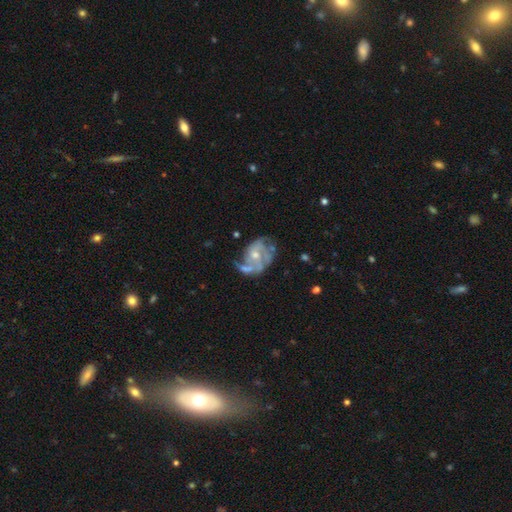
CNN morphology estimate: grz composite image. It shows a featured or disk galaxy (78%) with no bar (71%), can't tell (32%, tied with 2) medium (40%) spiral arms (77%) and a moderate central bulge (53%). Merging: none (37%).